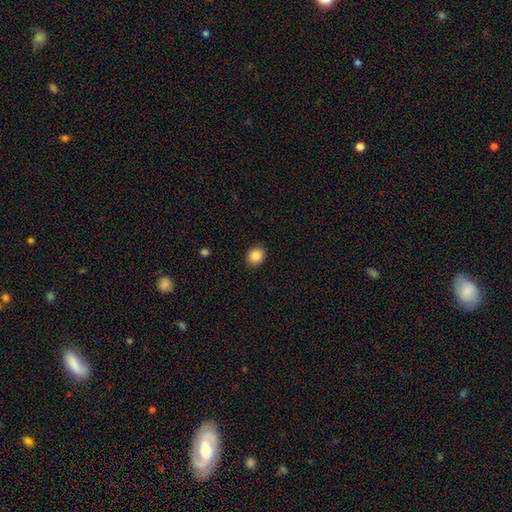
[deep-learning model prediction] Q: Smooth or featured?
A: smooth (87%); runner-up: star or artifact (9%)
Q: How rounded?
A: round (71%); runner-up: in between (28%)
Q: Merging?
A: none (90%); runner-up: minor disturbance (7%)